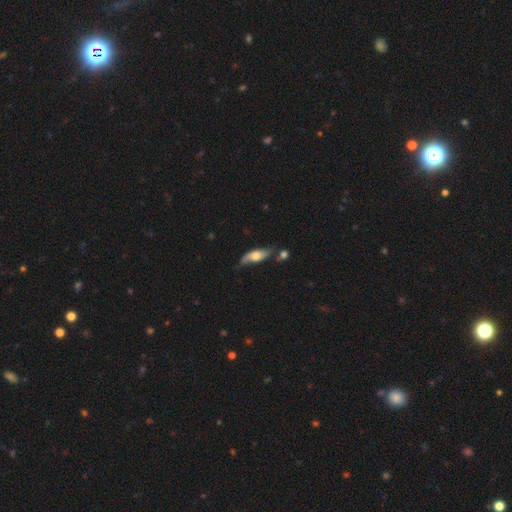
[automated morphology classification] This is possibly a featured or disk galaxy (52%). It is likely not viewed edge-on (62%). Merging: possibly none (51%).